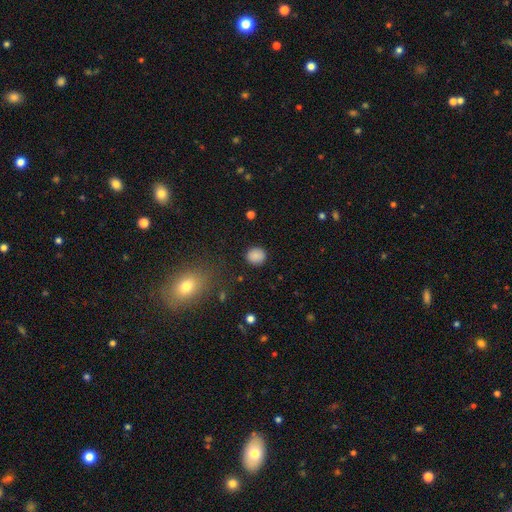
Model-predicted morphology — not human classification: Smooth or featured: smooth — 84% (star or artifact — 10%)
How rounded: round — 85% (in between — 14%)
Merging: none — 88% (minor disturbance — 8%)